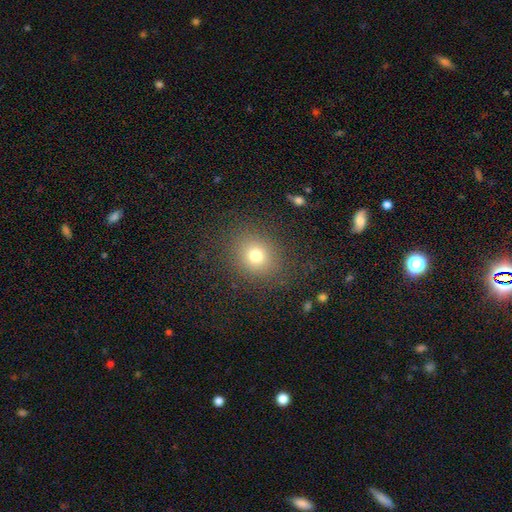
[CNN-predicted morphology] Q: Smooth or featured?
A: smooth (75%); runner-up: star or artifact (15%)
Q: How rounded?
A: round (74%); runner-up: in between (25%)
Q: Merging?
A: none (86%); runner-up: minor disturbance (9%)